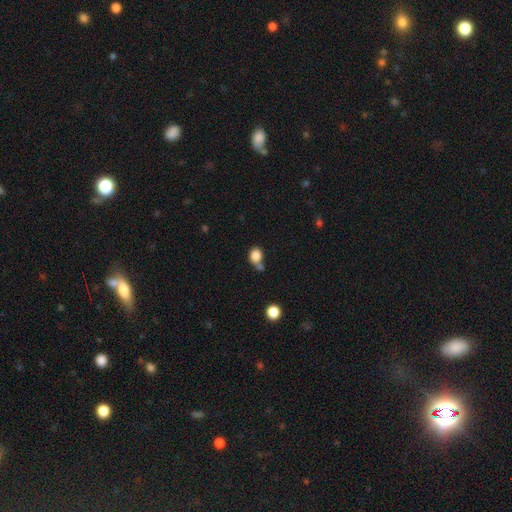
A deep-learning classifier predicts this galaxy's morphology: type=smooth (83%); roundness=round (54%); merging=none (51%).